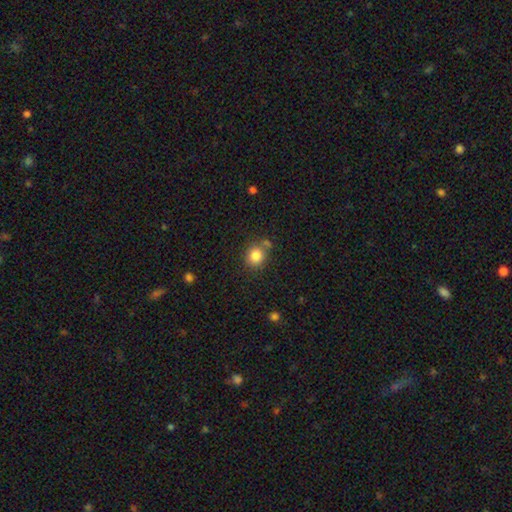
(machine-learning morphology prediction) Smooth or featured?
  - smooth: 83% *
  - star or artifact: 11%
  - featured or disk: 6%
How rounded?
  - round: 82% *
  - in between: 17%
  - cigar-shaped: 1%
Merging?
  - none: 71% *
  - merger: 13%
  - minor disturbance: 12%
  - major disturbance: 4%